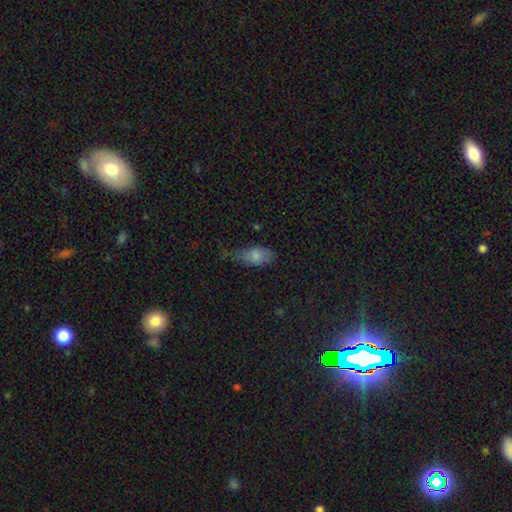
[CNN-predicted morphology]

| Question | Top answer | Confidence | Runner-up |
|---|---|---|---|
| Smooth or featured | smooth | 79% | featured or disk (12%) |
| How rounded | in between | 91% | round (5%) |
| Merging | none | 45% | minor disturbance (37%) |